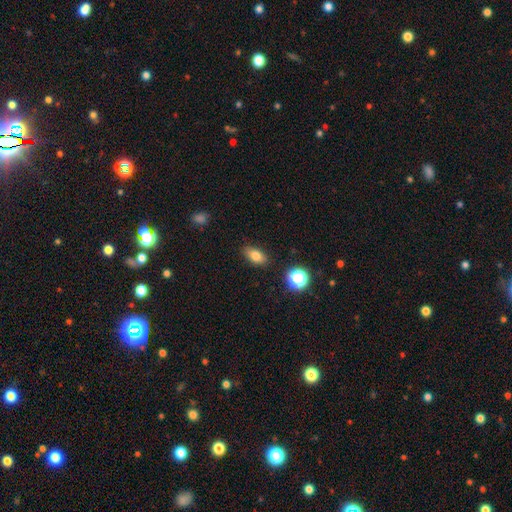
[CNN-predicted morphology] Smooth or featured? smooth (79%)
How rounded? in between (85%)
Merging? none (86%)